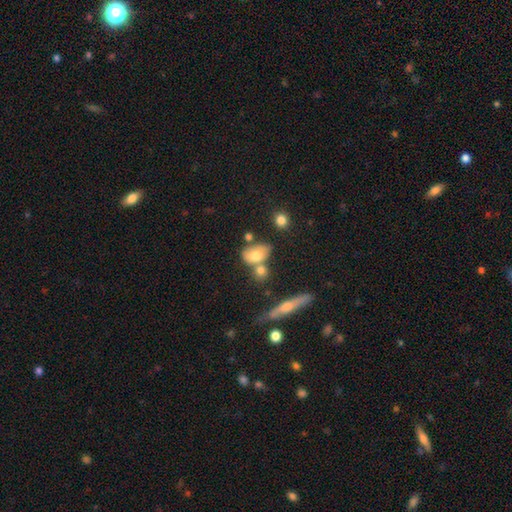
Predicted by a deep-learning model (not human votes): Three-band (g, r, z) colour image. It shows a smooth galaxy with no disk features (68%) that is in between round and cigar-shaped (82%). Merging: none (42%).